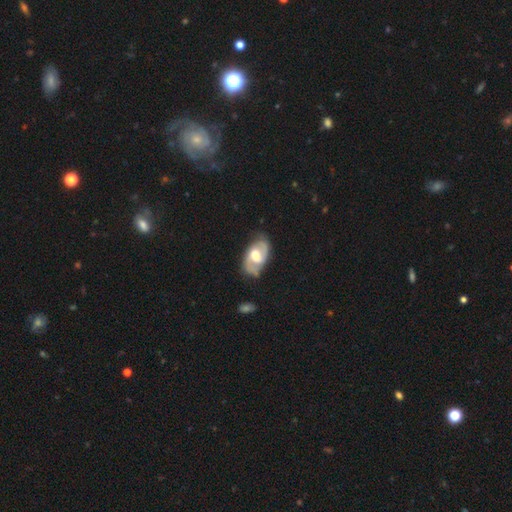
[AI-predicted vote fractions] A featured or disk galaxy (79%) with a weak bar (50%), 2 (88%) medium (51%) spiral arms (89%) and a moderate central bulge (59%).

Vote fractions:
- Smooth or featured? featured or disk: 79% / smooth: 16% / star or artifact: 5%
- Edge-on disk? no: 96% / yes: 4%
- Bar? weak: 50% / no: 31% / strong: 19%
- Spiral arms? yes: 89% / no: 11%
- Spiral winding? medium: 51% / tight: 31% / loose: 19%
- Spiral arm count? 2: 88% / can't tell: 7% / 1: 2% / 3: 1% / 4: 1% / more than 4: 1%
- Bulge size? moderate: 59% / large: 28% / small: 10% / none: 2% / dominant: 2%
- Merging? none: 75% / minor disturbance: 18% / major disturbance: 5% / merger: 2%